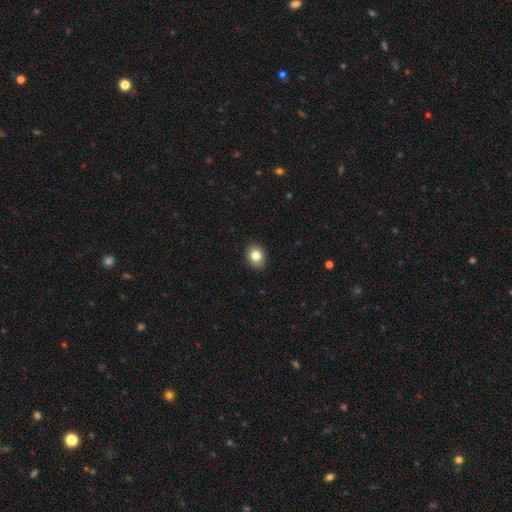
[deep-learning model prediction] The model was most divided on "how rounded": in between: 52%, round: 48%, cigar-shaped: 1%. More confident: merging — none (90%); smooth or featured — smooth (82%).